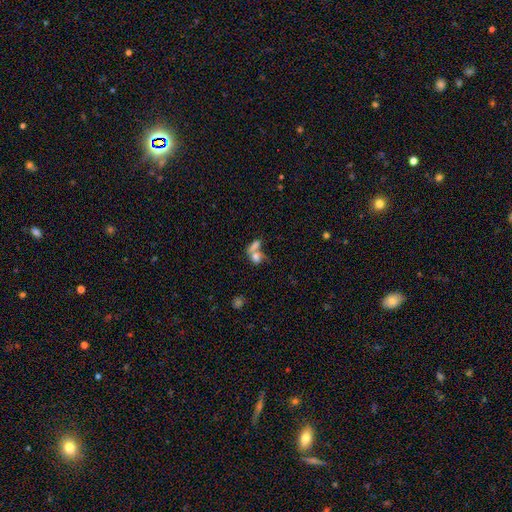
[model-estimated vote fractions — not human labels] Smooth or featured? Predicted: smooth (p=0.70). How rounded? Predicted: in between (p=0.59). Merging? Predicted: merger (p=0.62).